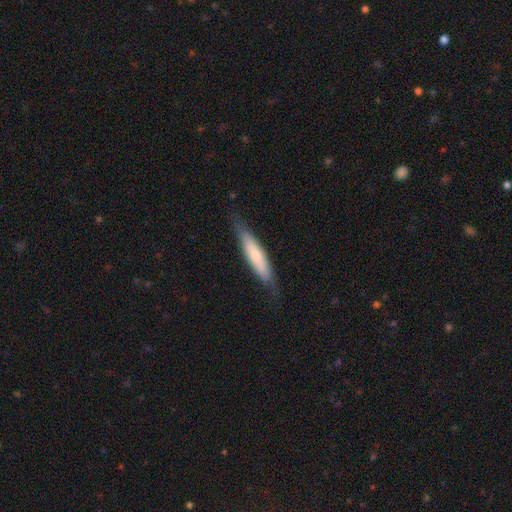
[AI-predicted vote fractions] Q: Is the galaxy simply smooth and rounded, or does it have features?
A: smooth — 63%.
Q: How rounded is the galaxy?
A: cigar-shaped — 82%.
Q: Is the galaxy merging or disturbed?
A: none — 79%.